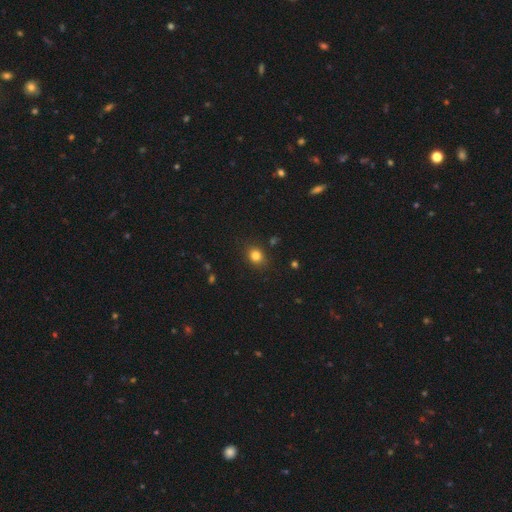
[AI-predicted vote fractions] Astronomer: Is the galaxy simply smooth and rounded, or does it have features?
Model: smooth — 82%.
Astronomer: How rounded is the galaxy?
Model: round — 64%.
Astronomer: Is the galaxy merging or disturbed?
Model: none — 86%.